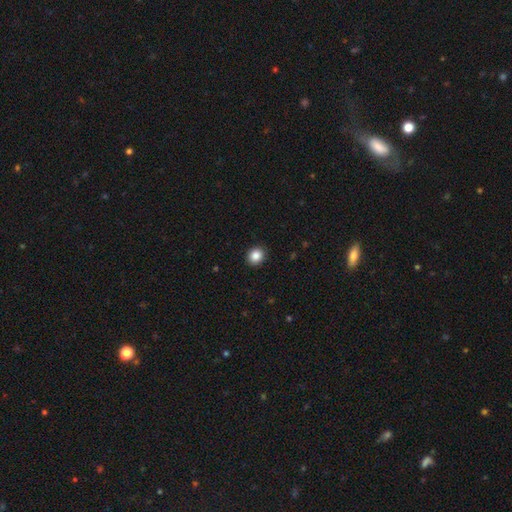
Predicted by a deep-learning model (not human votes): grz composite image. It shows a smooth galaxy with no disk features (86%) that is round (75%). Merging: none (92%).